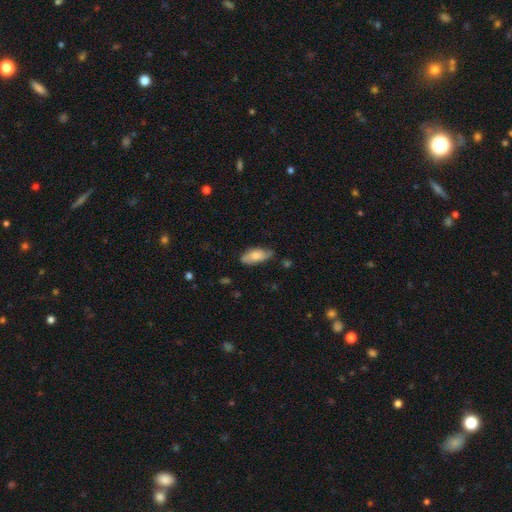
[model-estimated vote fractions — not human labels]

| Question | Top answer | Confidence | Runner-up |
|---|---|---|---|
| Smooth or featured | smooth | 66% | featured or disk (27%) |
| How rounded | in between | 85% | cigar-shaped (12%) |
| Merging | none | 69% | minor disturbance (25%) |